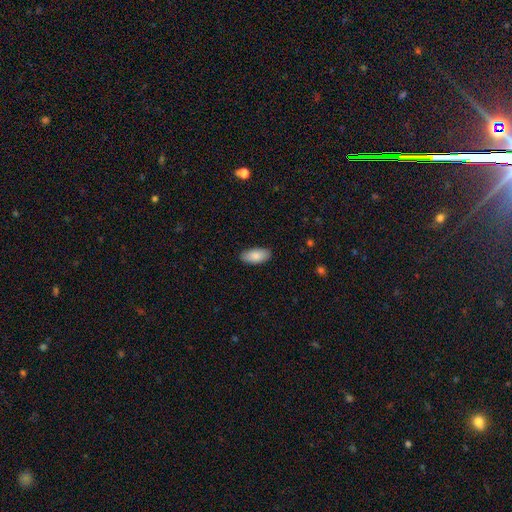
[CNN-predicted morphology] smooth 88%, featured or disk 6%, star or artifact 6%. Down the decision tree: how rounded — in between (91%); merging — none (89%).